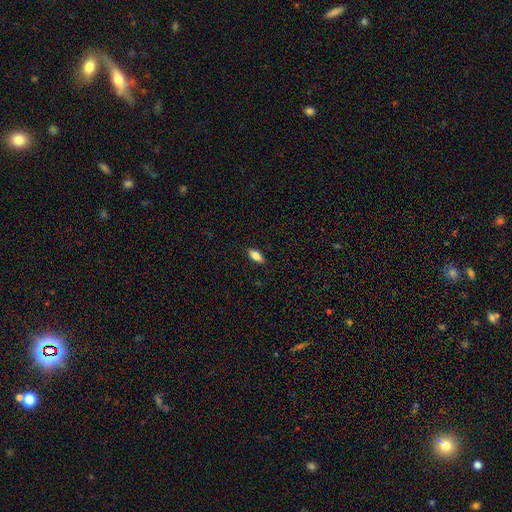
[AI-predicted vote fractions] This appears to be a smooth galaxy with no disk features (81%) that is in between round and cigar-shaped (84%). Merging: none (88%).